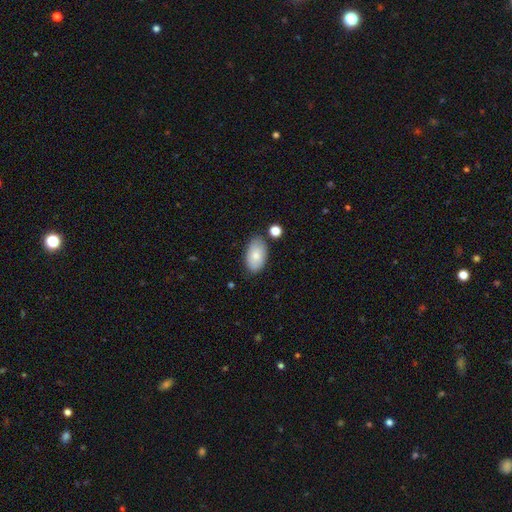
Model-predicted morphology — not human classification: type=smooth (79%); roundness=in between (94%); merging=none (77%).